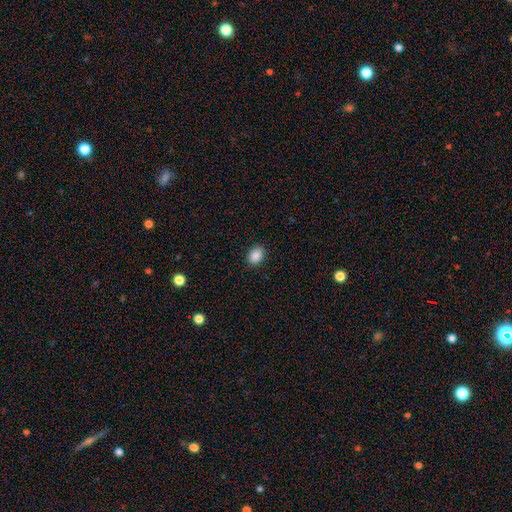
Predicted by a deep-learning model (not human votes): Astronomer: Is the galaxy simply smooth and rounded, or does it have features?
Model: smooth — 89%.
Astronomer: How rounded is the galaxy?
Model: in between — 72%.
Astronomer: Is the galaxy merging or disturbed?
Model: none — 88%.